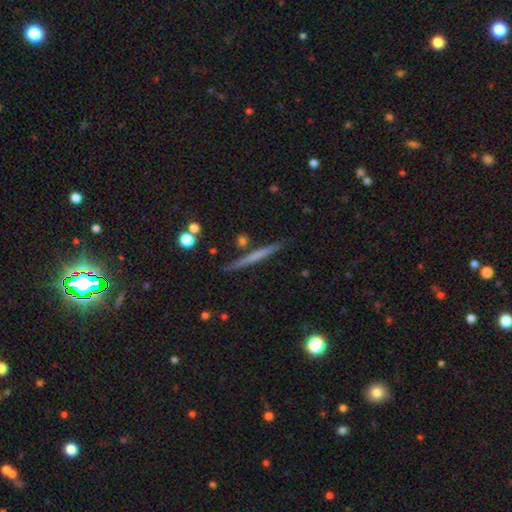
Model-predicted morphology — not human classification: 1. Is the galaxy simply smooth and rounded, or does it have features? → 47% smooth, 46% featured or disk, 6% star or artifact.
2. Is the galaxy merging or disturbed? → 89% none, 7% minor disturbance, 3% merger, 2% major disturbance.